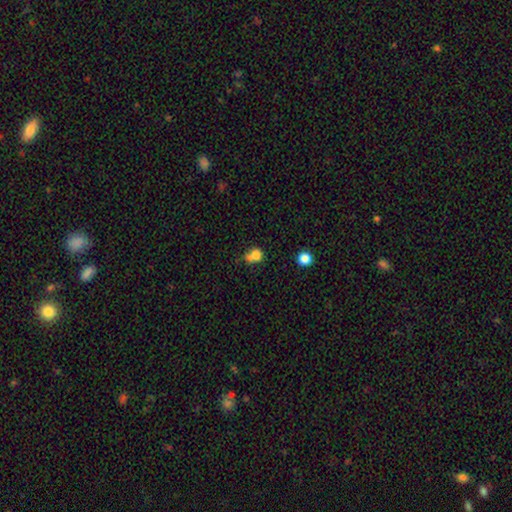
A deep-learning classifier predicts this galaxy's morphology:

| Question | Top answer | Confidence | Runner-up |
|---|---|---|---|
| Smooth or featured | smooth | 75% | star or artifact (13%) |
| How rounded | round | 68% | in between (31%) |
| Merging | merger | 39% | none (34%) |